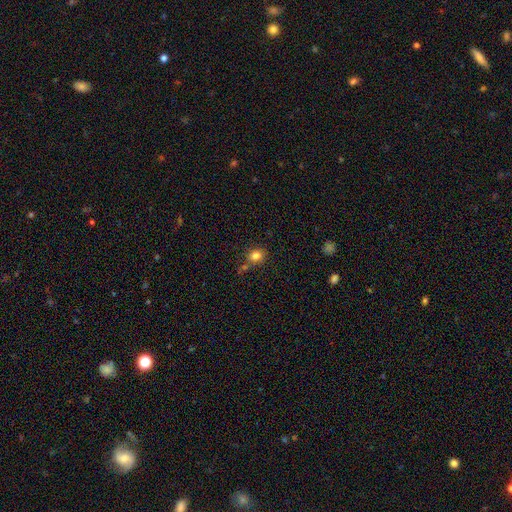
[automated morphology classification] Q: Smooth or featured?
A: smooth (82%); runner-up: star or artifact (12%)
Q: How rounded?
A: round (68%); runner-up: in between (31%)
Q: Merging?
A: none (69%); runner-up: minor disturbance (14%)